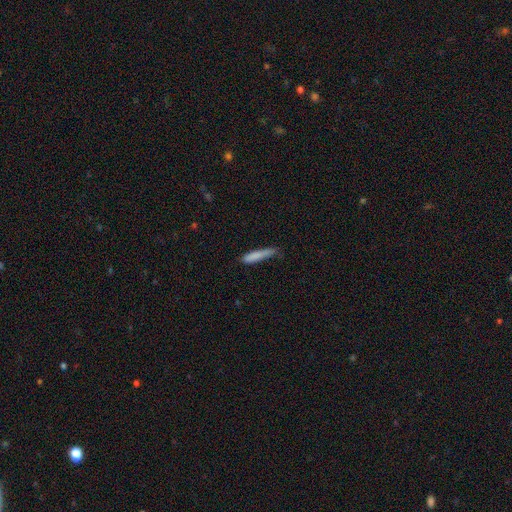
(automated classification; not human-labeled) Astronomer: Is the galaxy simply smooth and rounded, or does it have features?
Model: smooth — 82%.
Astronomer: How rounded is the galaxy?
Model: cigar-shaped — 89%.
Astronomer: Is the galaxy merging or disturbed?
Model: none — 60%.